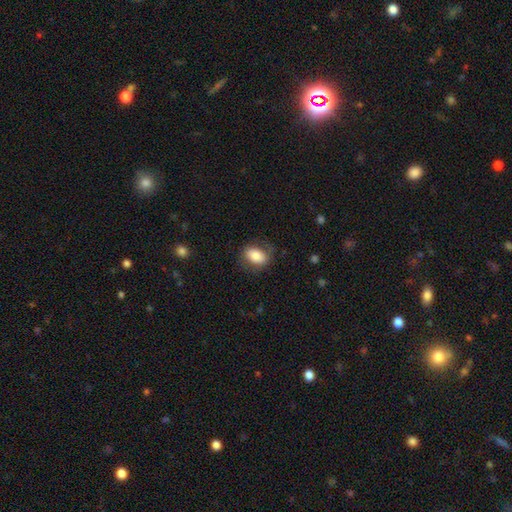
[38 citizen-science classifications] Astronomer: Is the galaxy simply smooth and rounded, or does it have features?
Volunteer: smooth — 87%.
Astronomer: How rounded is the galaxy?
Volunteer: in between — 82%.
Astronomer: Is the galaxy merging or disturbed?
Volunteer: none — 76%.